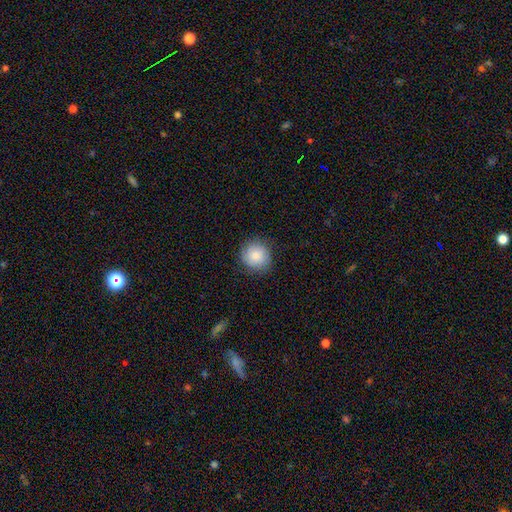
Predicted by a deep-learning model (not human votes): A smooth galaxy with no disk features (84%) that is round (89%). Merging: none (84%).